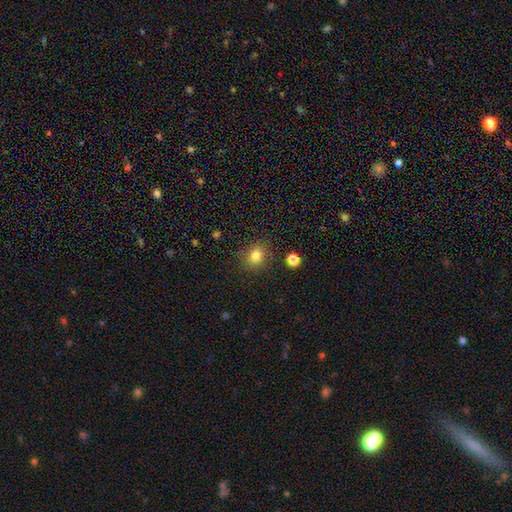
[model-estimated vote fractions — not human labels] Smooth or featured? smooth (82%)
How rounded? round (70%)
Merging? none (84%)